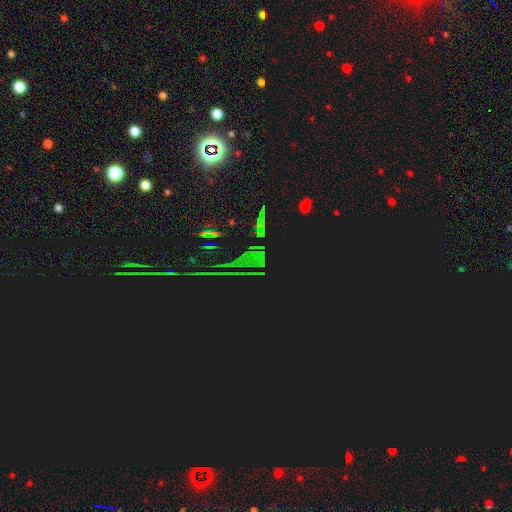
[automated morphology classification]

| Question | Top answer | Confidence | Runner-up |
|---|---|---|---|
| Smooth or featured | star or artifact | 83% | smooth (10%) |